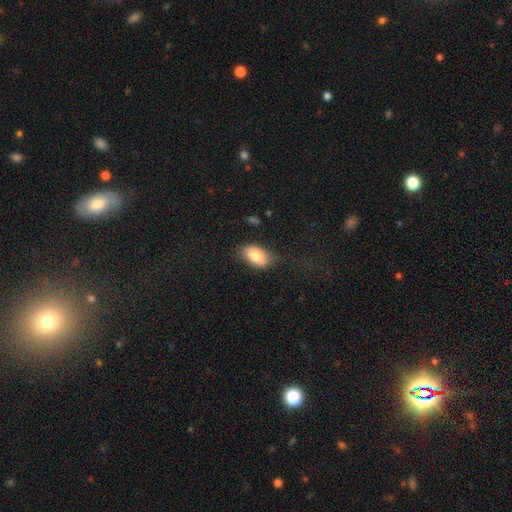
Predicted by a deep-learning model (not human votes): Smooth or featured?
  - smooth: 84% *
  - featured or disk: 9%
  - star or artifact: 7%
How rounded?
  - in between: 92% *
  - round: 6%
  - cigar-shaped: 2%
Merging?
  - none: 76% *
  - minor disturbance: 17%
  - major disturbance: 6%
  - merger: 2%